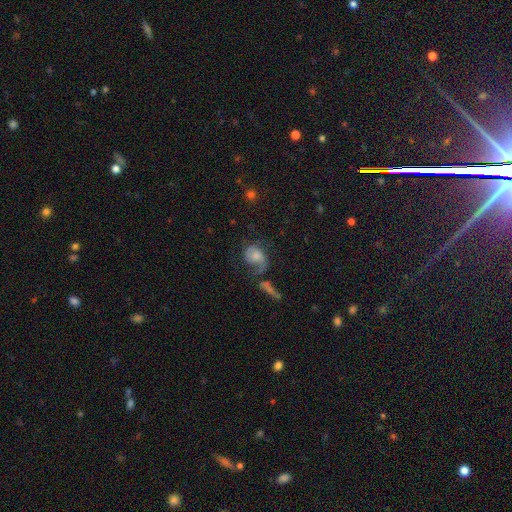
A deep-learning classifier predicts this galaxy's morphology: A featured or disk galaxy (49%).

Vote fractions:
- Smooth or featured? featured or disk: 49% / smooth: 41% / star or artifact: 10%
- Merging? none: 34% / major disturbance: 33% / minor disturbance: 21% / merger: 13%